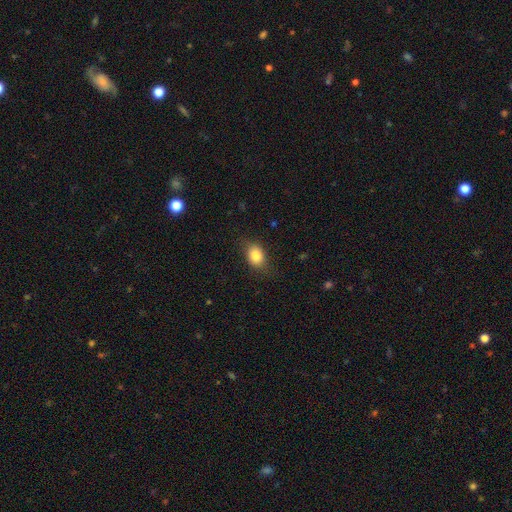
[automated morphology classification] smooth_or_featured: smooth (p=0.83) [alt: star or artifact p=0.09]
how_rounded: in between (p=0.66) [alt: round p=0.33]
merging: none (p=0.76) [alt: minor disturbance p=0.18]